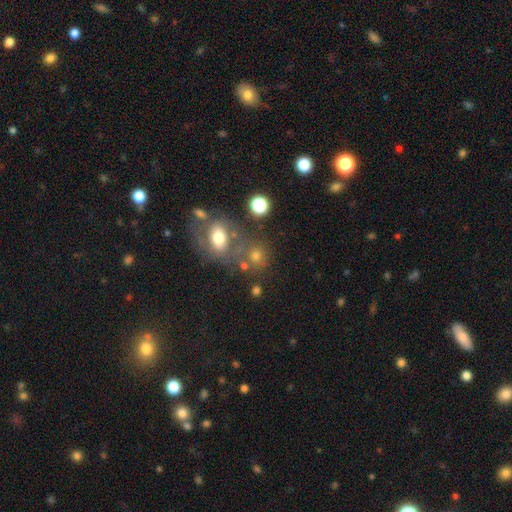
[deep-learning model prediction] smooth 62%, star or artifact 21%, featured or disk 16%. Down the decision tree: how rounded — round (65%); merging — none (52%).